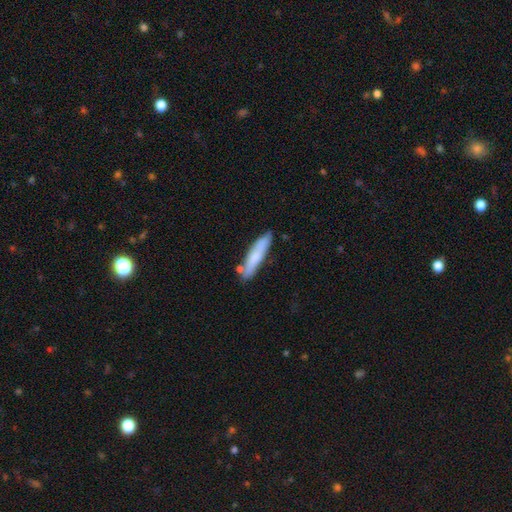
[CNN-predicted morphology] A smooth galaxy with no disk features (71%) that is cigar-shaped (84%).

Vote fractions:
- Smooth or featured? smooth: 71% / featured or disk: 23% / star or artifact: 6%
- How rounded? cigar-shaped: 84% / in between: 15% / round: 1%
- Merging? none: 75% / minor disturbance: 16% / merger: 6% / major disturbance: 3%